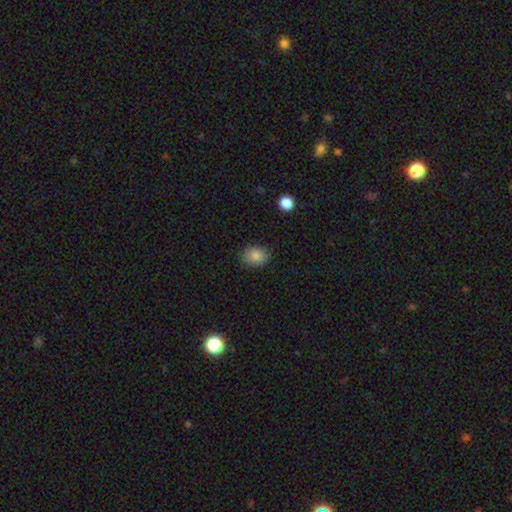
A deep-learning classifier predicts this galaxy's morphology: type=smooth (85%); roundness=in between (62%); merging=none (79%).